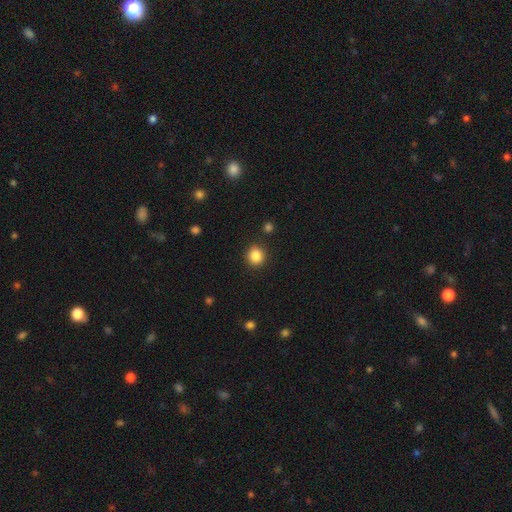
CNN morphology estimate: Q: Smooth or featured?
A: smooth (86%); runner-up: star or artifact (10%)
Q: How rounded?
A: round (81%); runner-up: in between (18%)
Q: Merging?
A: none (89%); runner-up: minor disturbance (7%)